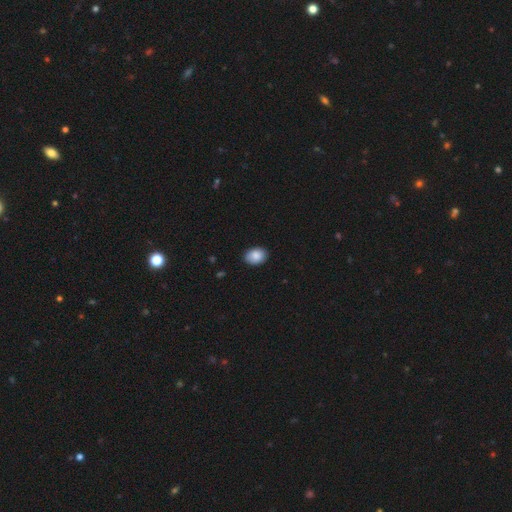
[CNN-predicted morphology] Smooth or featured?
  - smooth: 88% *
  - star or artifact: 7%
  - featured or disk: 5%
How rounded?
  - in between: 77% *
  - round: 22%
  - cigar-shaped: 1%
Merging?
  - none: 87% *
  - minor disturbance: 10%
  - major disturbance: 2%
  - merger: 1%